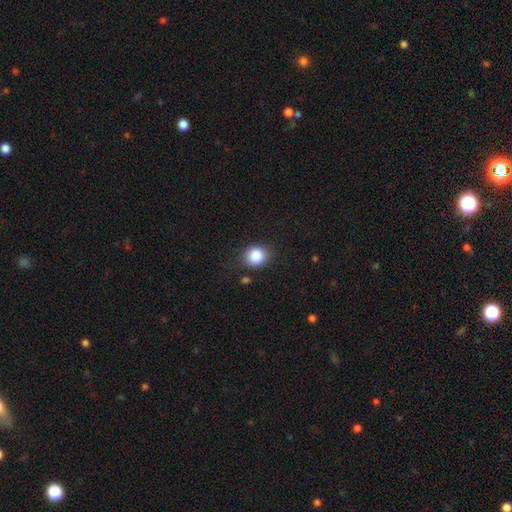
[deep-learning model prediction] Smooth or featured?
  - smooth: 84% *
  - star or artifact: 10%
  - featured or disk: 6%
How rounded?
  - round: 75% *
  - in between: 24%
  - cigar-shaped: 1%
Merging?
  - none: 80% *
  - minor disturbance: 14%
  - major disturbance: 4%
  - merger: 3%